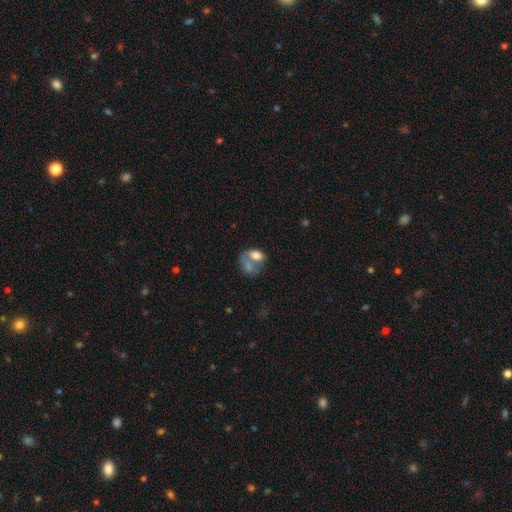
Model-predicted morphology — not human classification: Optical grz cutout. It shows a smooth galaxy with no disk features (65%) that is in between round and cigar-shaped (73%). Merging: merger (58%).